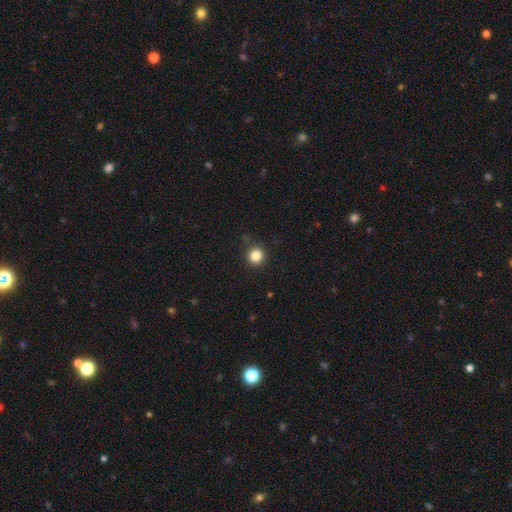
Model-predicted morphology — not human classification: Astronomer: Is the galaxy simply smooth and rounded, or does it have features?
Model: smooth — 84%.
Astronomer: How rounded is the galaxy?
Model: round — 91%.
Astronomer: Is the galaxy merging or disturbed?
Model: none — 89%.